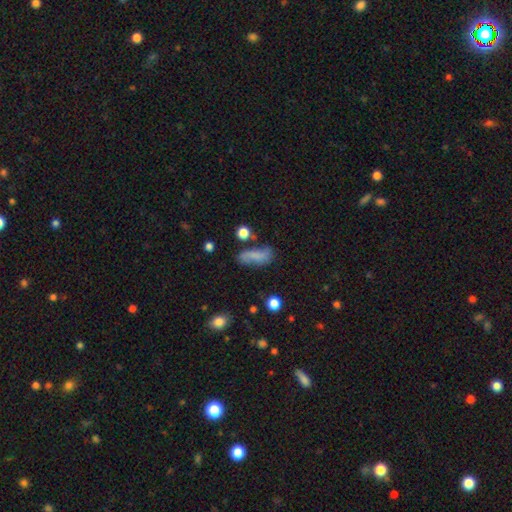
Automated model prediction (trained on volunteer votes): Morphology: type=smooth (55%); roundness=in between (72%); merging=none (53%).